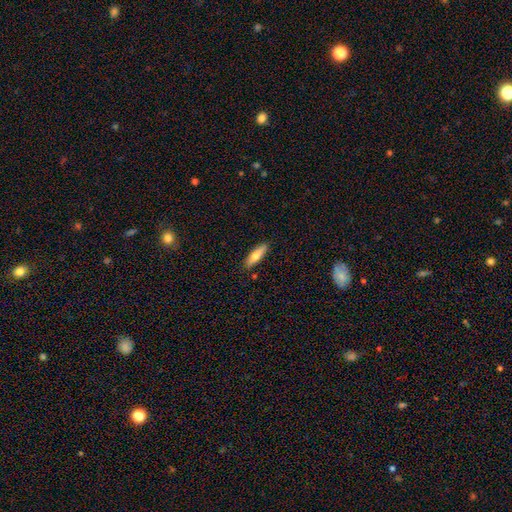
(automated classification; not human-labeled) Q: Smooth or featured?
A: smooth (71%); runner-up: featured or disk (23%)
Q: How rounded?
A: cigar-shaped (58%); runner-up: in between (40%)
Q: Merging?
A: none (87%); runner-up: minor disturbance (9%)